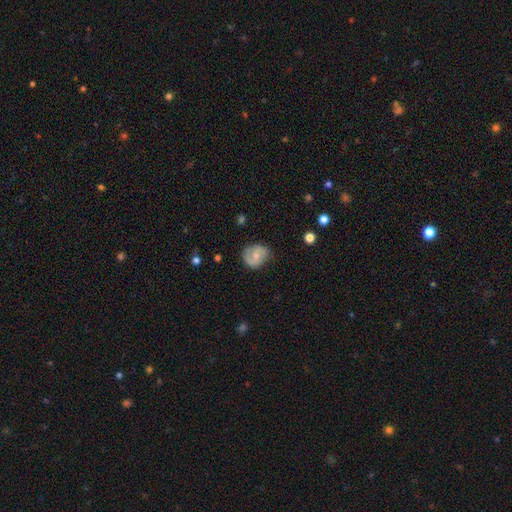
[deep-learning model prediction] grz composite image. It shows a smooth galaxy with no disk features (52%) that is round (62%). Merging: none (63%).